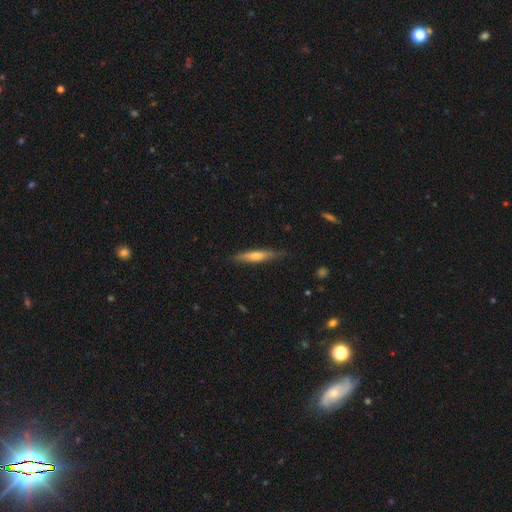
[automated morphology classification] Smooth or featured?
  - featured or disk: 51% *
  - smooth: 42%
  - star or artifact: 7%
Edge-on disk?
  - yes: 94% *
  - no: 6%
Merging?
  - none: 84% *
  - minor disturbance: 13%
  - major disturbance: 2%
  - merger: 1%